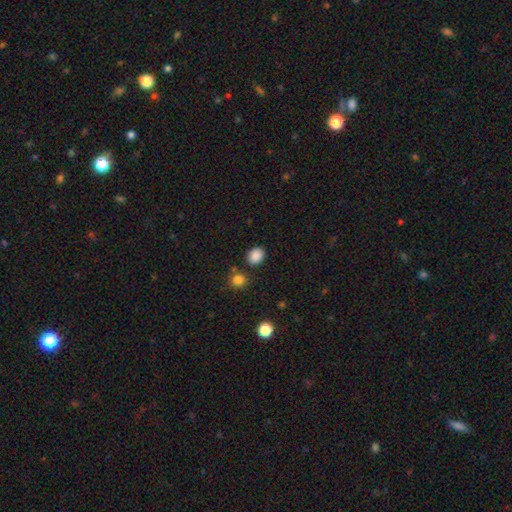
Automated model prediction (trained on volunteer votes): smooth-or-featured: smooth: 86% | star or artifact: 10% | featured or disk: 3%
  how-rounded: in between: 58% | round: 41% | cigar-shaped: 1%
  merging: none: 80% | minor disturbance: 11% | merger: 6% | major disturbance: 3%